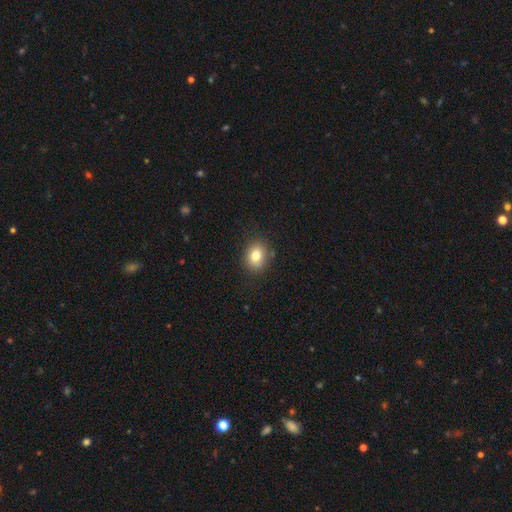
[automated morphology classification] smooth 80%, star or artifact 11%, featured or disk 10%. Down the decision tree: how rounded — round (53%); merging — none (85%).